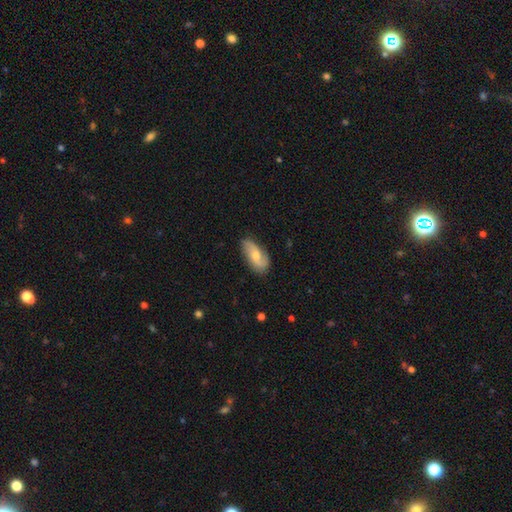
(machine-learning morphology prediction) A featured or disk galaxy (52%). Merging: none (74%).